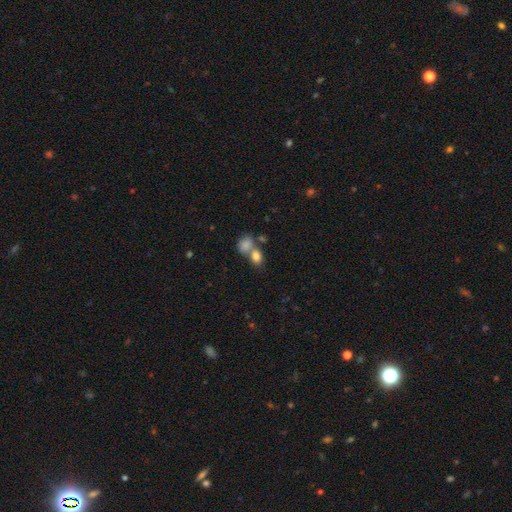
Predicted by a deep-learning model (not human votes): This appears to be a smooth galaxy with no disk features (81%) that is in between round and cigar-shaped (61%). Merging: merger (52%).